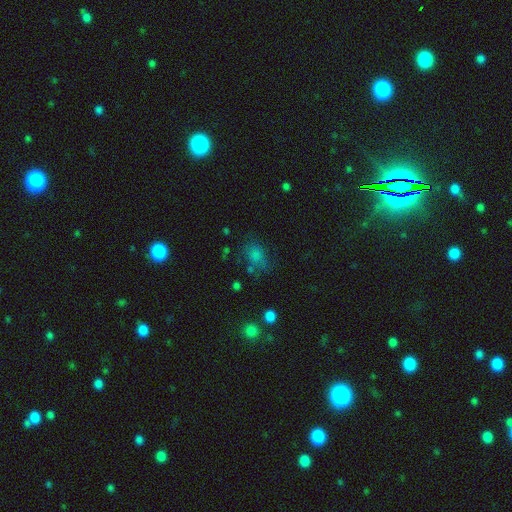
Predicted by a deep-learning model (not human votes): smooth-or-featured: smooth: 73% | star or artifact: 17% | featured or disk: 10%
  how-rounded: in between: 59% | round: 39% | cigar-shaped: 2%
  merging: none: 57% | minor disturbance: 22% | major disturbance: 14% | merger: 6%